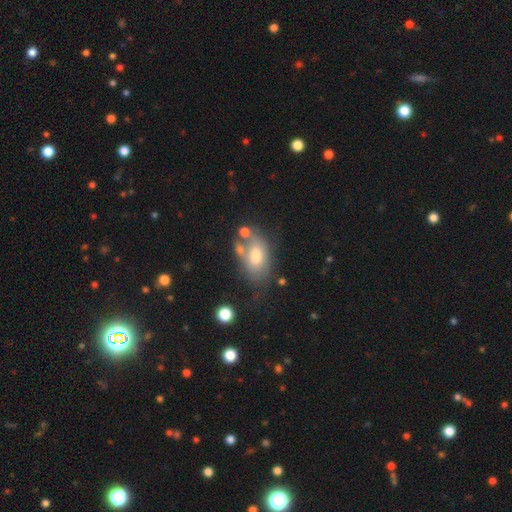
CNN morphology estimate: type=smooth (62%); roundness=in between (90%); merging=none (46%).